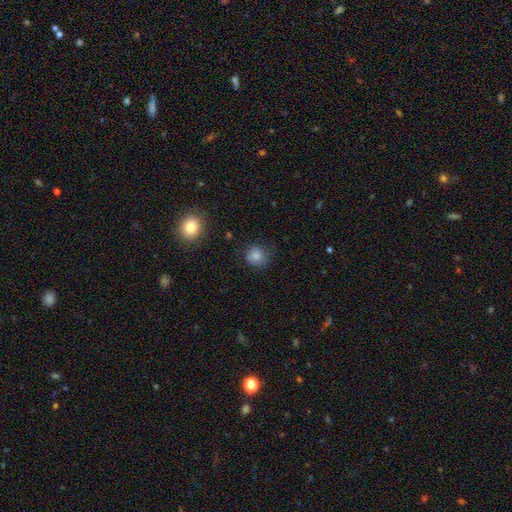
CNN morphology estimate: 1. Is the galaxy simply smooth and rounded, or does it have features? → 82% smooth, 12% star or artifact, 7% featured or disk.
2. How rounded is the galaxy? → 85% round, 14% in between, 1% cigar-shaped.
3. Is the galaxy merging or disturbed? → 76% none, 18% minor disturbance, 5% major disturbance, 2% merger.